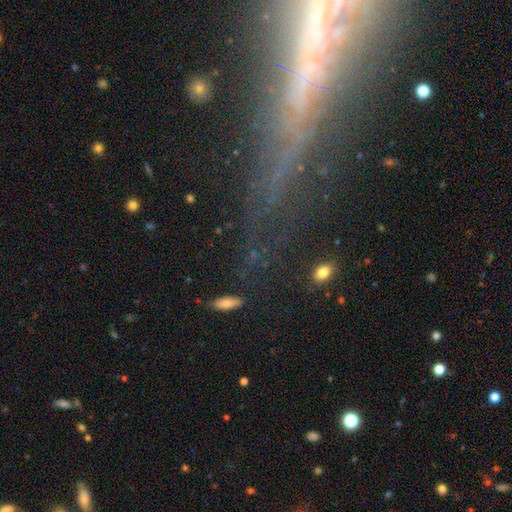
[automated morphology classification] A featured or disk galaxy (39%). Merging: none (55%).